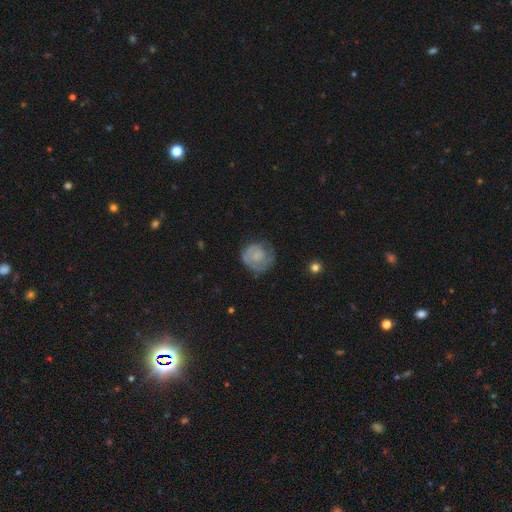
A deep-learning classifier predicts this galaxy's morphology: Smooth or featured: smooth — 47% (featured or disk — 46%)
Merging: none — 61% (minor disturbance — 24%)